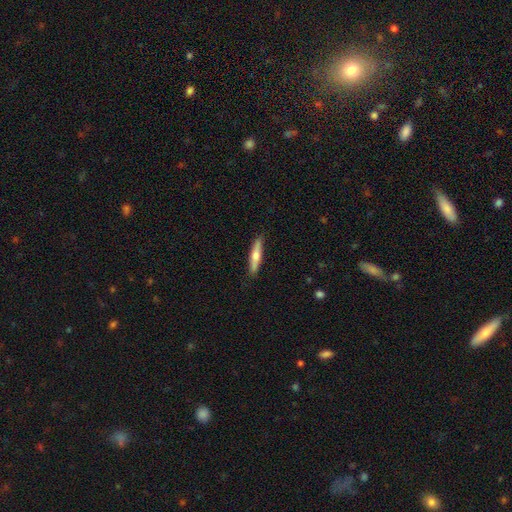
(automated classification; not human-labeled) This is possibly a smooth galaxy (52%). How rounded: clearly cigar-shaped (86%). Merging: clearly none (88%).